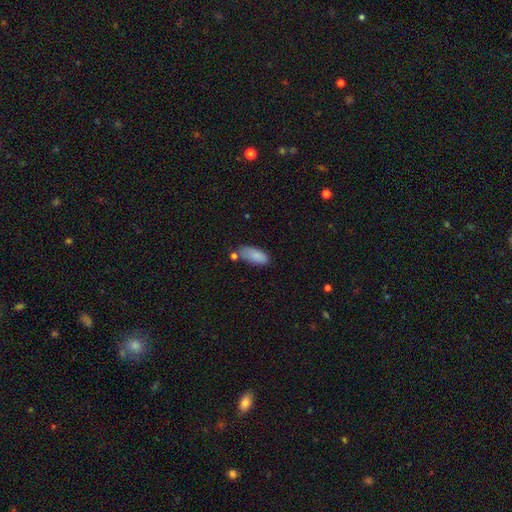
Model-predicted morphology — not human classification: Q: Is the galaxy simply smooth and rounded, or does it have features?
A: smooth — 86%.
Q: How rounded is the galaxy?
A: in between — 85%.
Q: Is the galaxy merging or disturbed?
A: none — 59%.